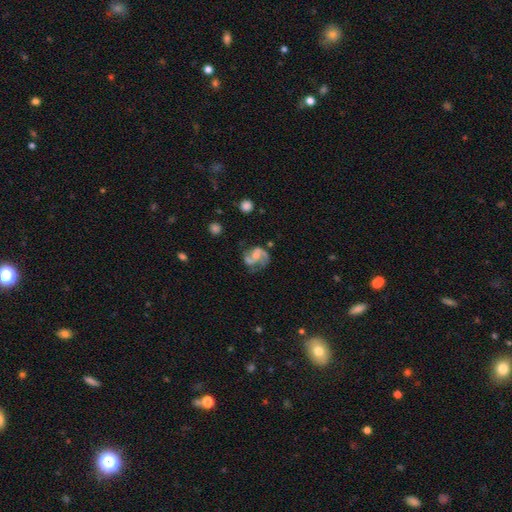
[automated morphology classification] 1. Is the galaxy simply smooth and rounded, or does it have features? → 71% featured or disk, 21% smooth, 8% star or artifact.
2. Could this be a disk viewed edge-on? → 98% no, 2% yes.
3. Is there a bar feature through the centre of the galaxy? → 59% no, 33% weak, 9% strong.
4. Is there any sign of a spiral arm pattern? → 83% yes, 17% no.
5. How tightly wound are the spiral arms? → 46% medium, 37% loose, 17% tight.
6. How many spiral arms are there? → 69% 2, 11% can't tell, 9% 1, 7% 3, 2% 4, 2% more than 4.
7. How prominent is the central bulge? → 34% none, 32% small, 26% moderate, 7% large, 2% dominant.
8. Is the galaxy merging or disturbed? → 44% none, 27% major disturbance, 21% minor disturbance, 8% merger.